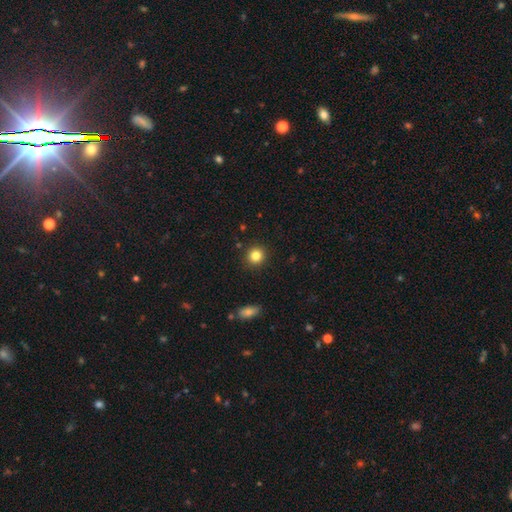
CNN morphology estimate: smooth_or_featured: smooth (p=0.83) [alt: star or artifact p=0.11]
how_rounded: round (p=0.90) [alt: in between p=0.09]
merging: none (p=0.91) [alt: minor disturbance p=0.06]